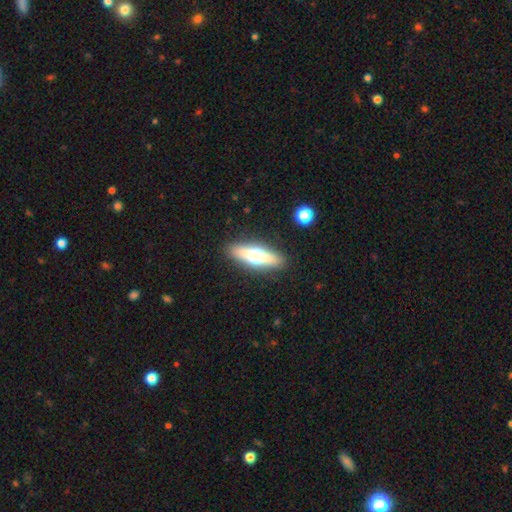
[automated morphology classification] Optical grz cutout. It shows a featured or disk galaxy (49%). Merging: none (88%).